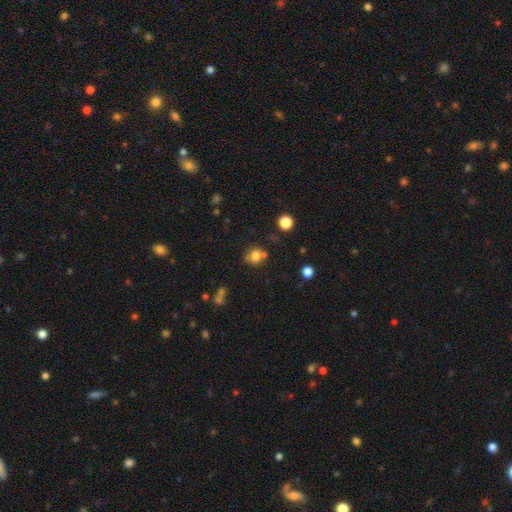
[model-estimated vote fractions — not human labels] smooth-or-featured: smooth: 74% | star or artifact: 14% | featured or disk: 12%
  how-rounded: round: 74% | in between: 25% | cigar-shaped: 1%
  merging: none: 56% | merger: 25% | minor disturbance: 14% | major disturbance: 5%